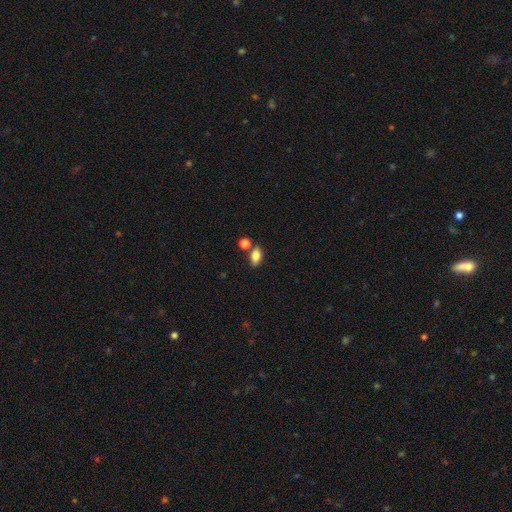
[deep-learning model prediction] A smooth galaxy with no disk features (83%) that is in between round and cigar-shaped (87%).

Vote fractions:
- Smooth or featured? smooth: 83% / star or artifact: 9% / featured or disk: 8%
- How rounded? in between: 87% / round: 8% / cigar-shaped: 4%
- Merging? none: 68% / merger: 17% / minor disturbance: 12% / major disturbance: 3%